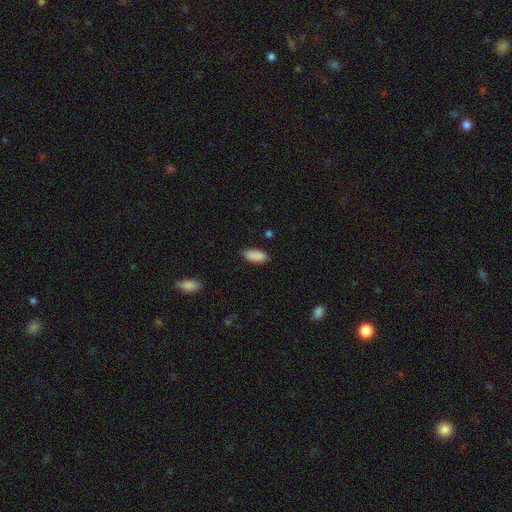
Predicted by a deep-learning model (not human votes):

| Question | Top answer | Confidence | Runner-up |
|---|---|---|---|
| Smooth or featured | smooth | 89% | star or artifact (7%) |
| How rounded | in between | 85% | cigar-shaped (13%) |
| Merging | none | 82% | minor disturbance (14%) |